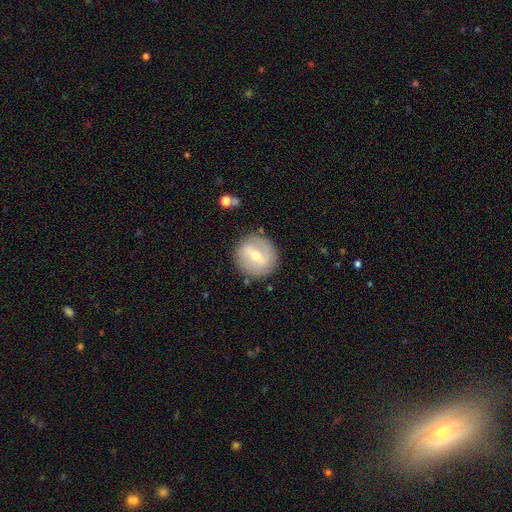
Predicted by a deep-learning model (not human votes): Q: Smooth or featured?
A: featured or disk (55%); runner-up: smooth (38%)
Q: Edge-on disk?
A: no (94%); runner-up: yes (6%)
Q: Bar?
A: weak (47%); runner-up: strong (35%)
Q: Spiral arms?
A: yes (52%); runner-up: no (48%)
Q: Bulge size?
A: moderate (51%); runner-up: small (45%)
Q: Merging?
A: none (85%); runner-up: minor disturbance (10%)